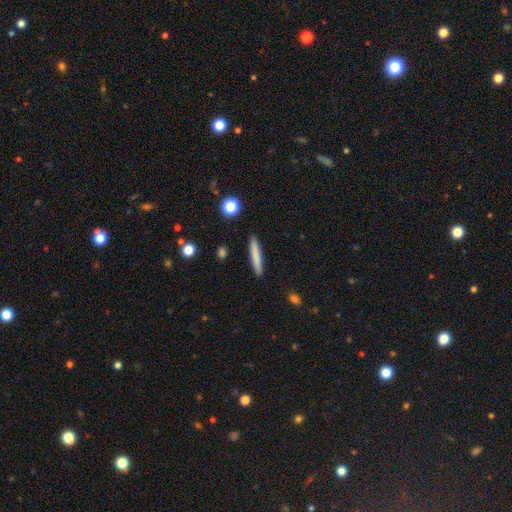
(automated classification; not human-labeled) smooth 78%, featured or disk 15%, star or artifact 7%. Down the decision tree: how rounded — cigar-shaped (94%); merging — none (91%).